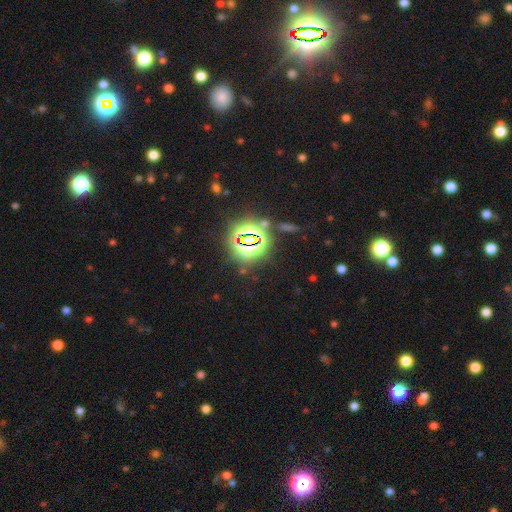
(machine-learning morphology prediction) Smooth or featured? Predicted: star or artifact (p=0.82).